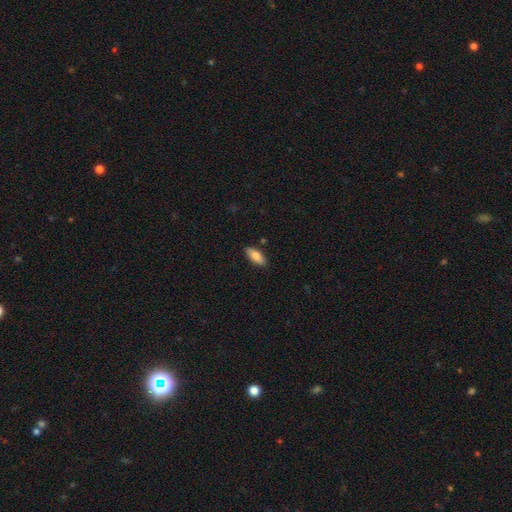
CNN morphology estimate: smooth_or_featured: smooth (p=0.82) [alt: featured or disk p=0.12]
how_rounded: in between (p=0.82) [alt: cigar-shaped p=0.16]
merging: none (p=0.87) [alt: minor disturbance p=0.09]